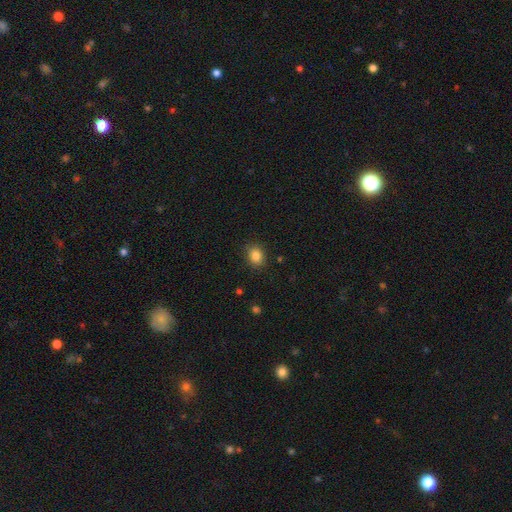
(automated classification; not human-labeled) Smooth or featured? Predicted: smooth (p=0.85). How rounded? Predicted: in between (p=0.50). Merging? Predicted: none (p=0.86).